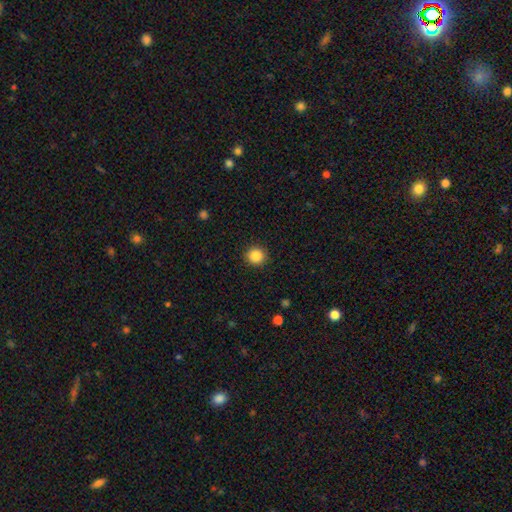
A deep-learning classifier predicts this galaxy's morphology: Smooth or featured? Predicted: smooth (p=0.87). How rounded? Predicted: round (p=0.92). Merging? Predicted: none (p=0.91).